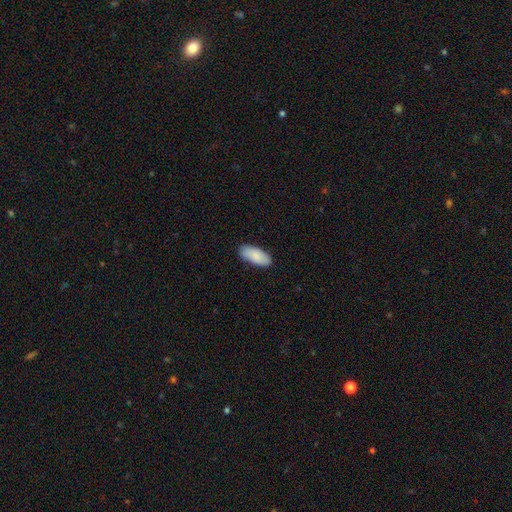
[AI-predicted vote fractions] smooth-or-featured: smooth: 88% | featured or disk: 7% | star or artifact: 5%
  how-rounded: in between: 87% | cigar-shaped: 12% | round: 2%
  merging: none: 86% | minor disturbance: 11% | major disturbance: 2% | merger: 1%